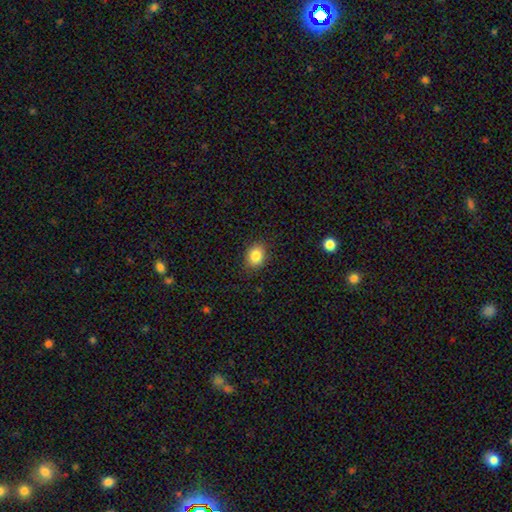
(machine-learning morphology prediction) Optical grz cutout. It shows a smooth galaxy with no disk features (84%) that is in between round and cigar-shaped (51%). Merging: none (87%).